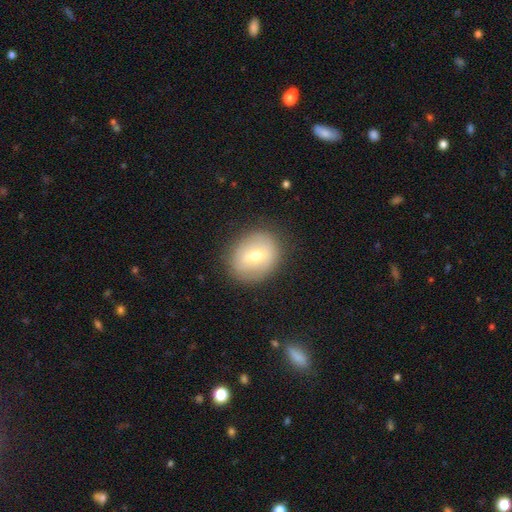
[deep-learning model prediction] Smooth or featured: smooth — 58% (featured or disk — 34%)
How rounded: round — 61% (in between — 38%)
Merging: none — 84% (minor disturbance — 10%)